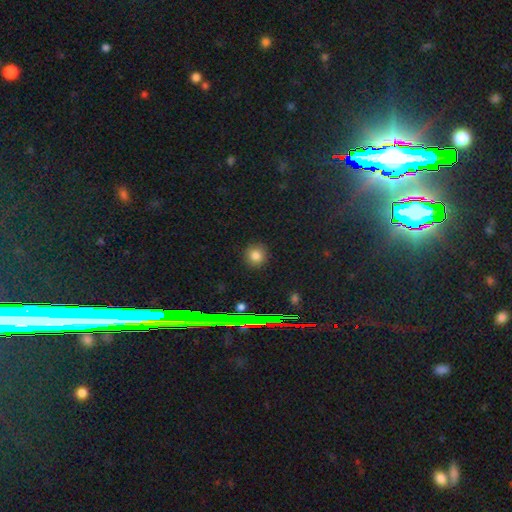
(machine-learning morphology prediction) Smooth or featured?
  - smooth: 79% *
  - star or artifact: 16%
  - featured or disk: 6%
How rounded?
  - round: 91% *
  - in between: 8%
  - cigar-shaped: 1%
Merging?
  - none: 90% *
  - minor disturbance: 7%
  - major disturbance: 2%
  - merger: 1%